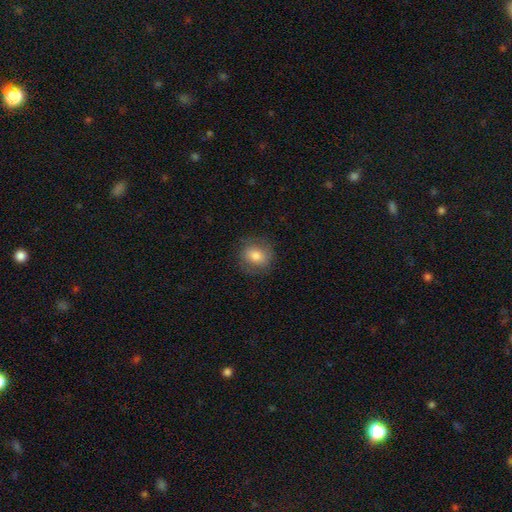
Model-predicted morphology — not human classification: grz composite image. It shows a smooth galaxy with no disk features (77%) that is round (75%). Merging: none (82%).